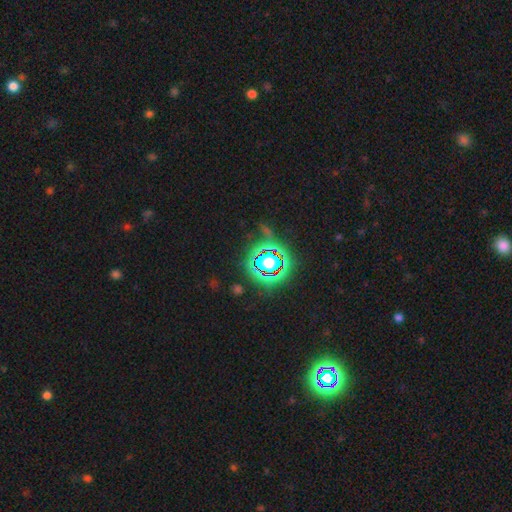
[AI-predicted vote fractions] This is likely a star or artifact rather than a galaxy (72%).